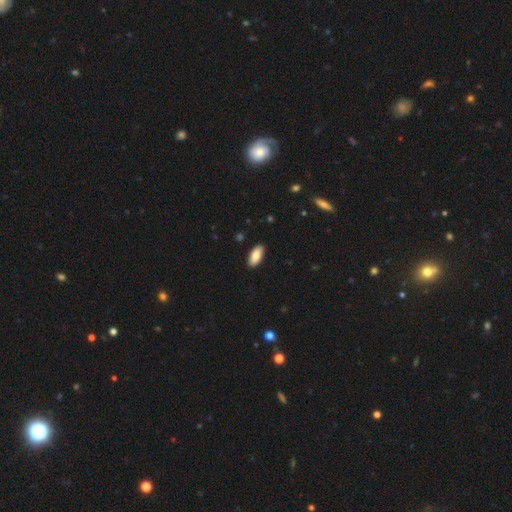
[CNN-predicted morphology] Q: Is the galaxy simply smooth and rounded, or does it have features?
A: smooth — 84%.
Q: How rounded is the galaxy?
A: in between — 87%.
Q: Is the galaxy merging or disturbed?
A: none — 90%.